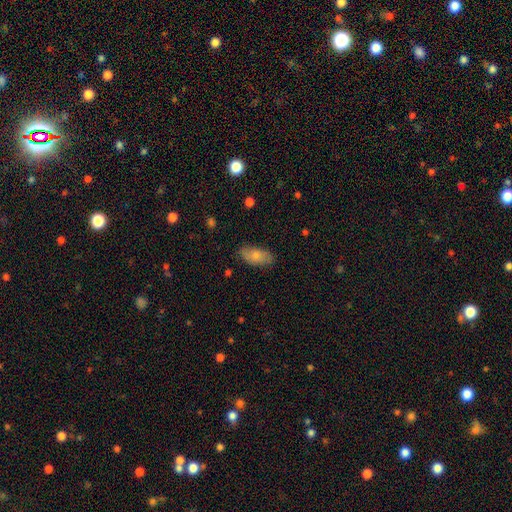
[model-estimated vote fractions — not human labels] A smooth galaxy with no disk features (77%) that is in between round and cigar-shaped (92%). Merging: none (81%).